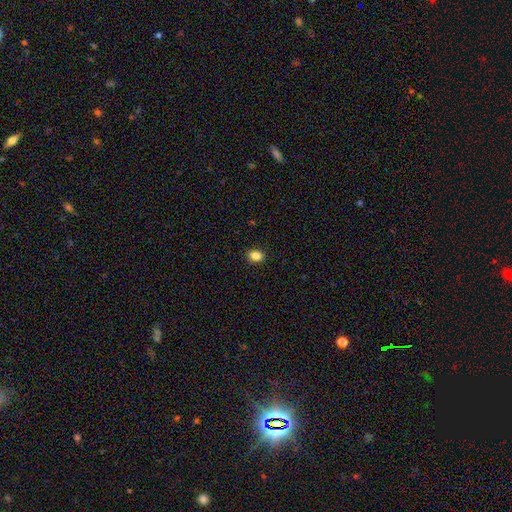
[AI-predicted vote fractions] The model was most divided on "how rounded": in between: 60%, round: 39%, cigar-shaped: 1%. More confident: merging — none (91%); smooth or featured — smooth (86%).